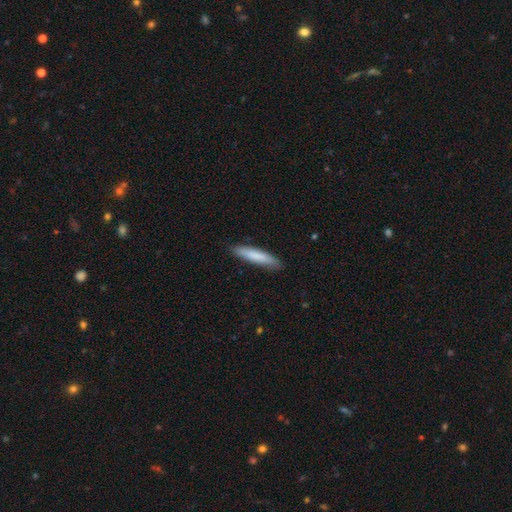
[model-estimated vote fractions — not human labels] A smooth galaxy with no disk features (80%) that is cigar-shaped (90%). Merging: none (88%).